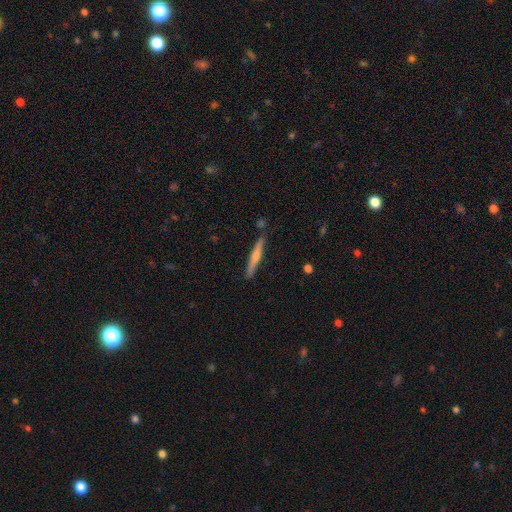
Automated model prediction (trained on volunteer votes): Overall: featured or disk (64%; smooth 29%). Edge-on disk: yes (97%). Edge-on bulge: rounded (78%). Merging: none (88%).